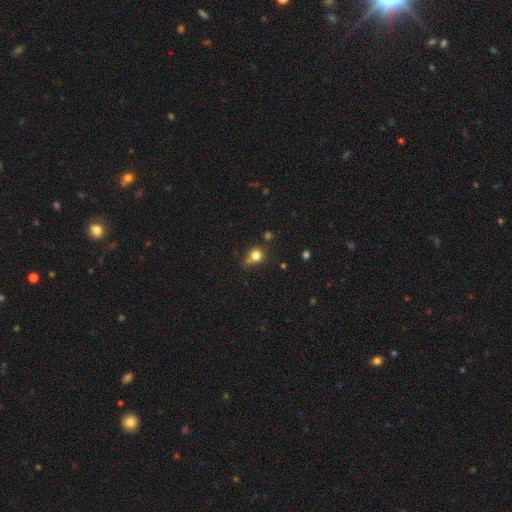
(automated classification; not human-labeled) Smooth or featured? Predicted: smooth (p=0.80). How rounded? Predicted: round (p=0.79). Merging? Predicted: none (p=0.57).